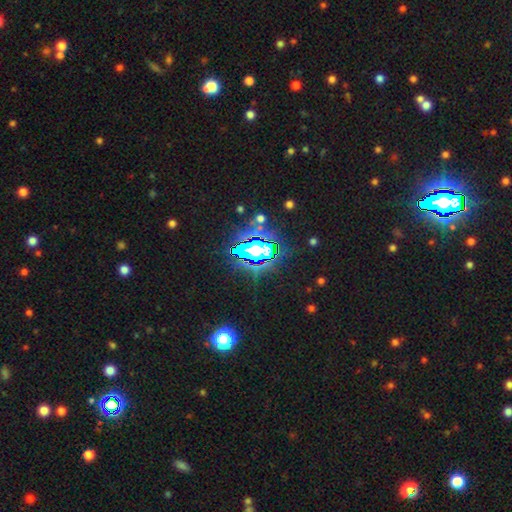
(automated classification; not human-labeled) Smooth or featured?
  - star or artifact: 84% *
  - smooth: 9%
  - featured or disk: 6%